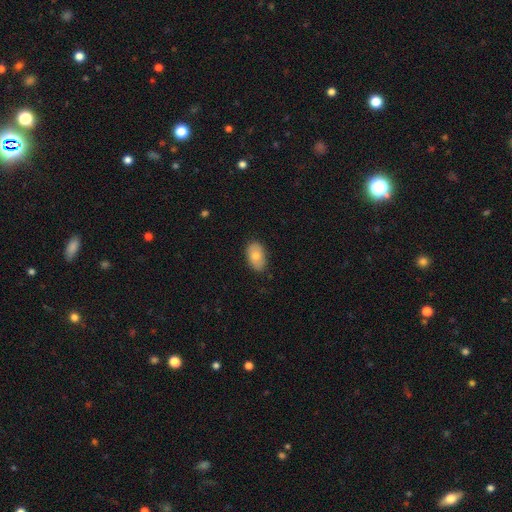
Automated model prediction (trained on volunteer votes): smooth 77%, featured or disk 16%, star or artifact 7%. Down the decision tree: how rounded — in between (92%); merging — none (83%).